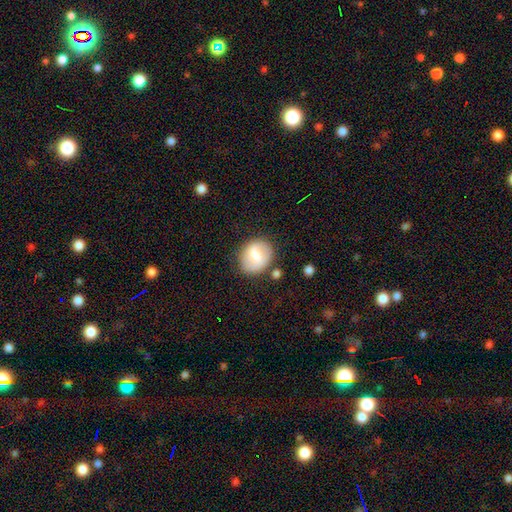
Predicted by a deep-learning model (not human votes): smooth-or-featured: smooth: 71% | featured or disk: 22% | star or artifact: 7%
  how-rounded: round: 61% | in between: 38% | cigar-shaped: 1%
  merging: none: 73% | minor disturbance: 16% | major disturbance: 6% | merger: 5%